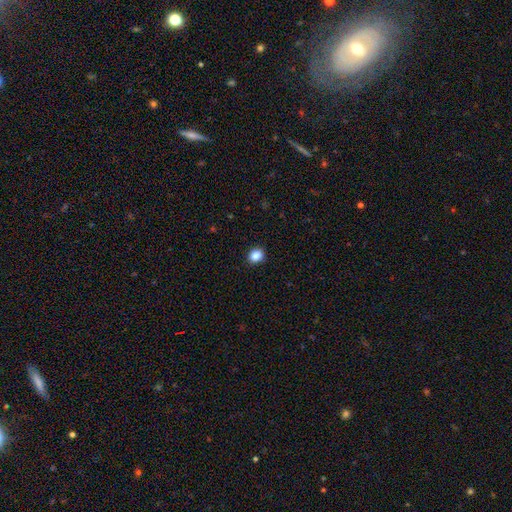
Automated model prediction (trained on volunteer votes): Smooth or featured: smooth — 87% (star or artifact — 10%)
How rounded: round — 63% (in between — 36%)
Merging: none — 91% (minor disturbance — 7%)